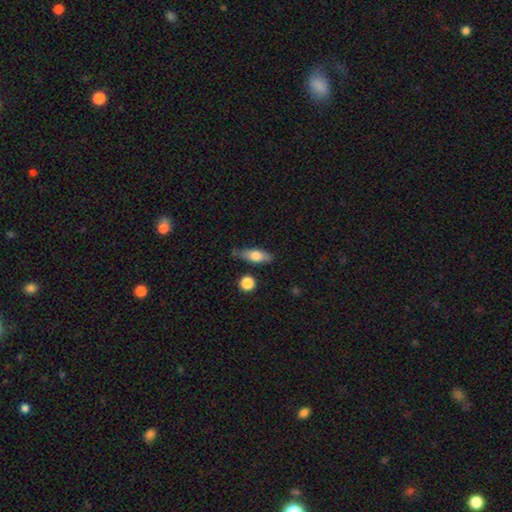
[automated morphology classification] Smooth or featured?
  - smooth: 67% *
  - featured or disk: 26%
  - star or artifact: 7%
How rounded?
  - in between: 63% *
  - cigar-shaped: 32%
  - round: 5%
Merging?
  - none: 68% *
  - minor disturbance: 21%
  - merger: 5%
  - major disturbance: 5%